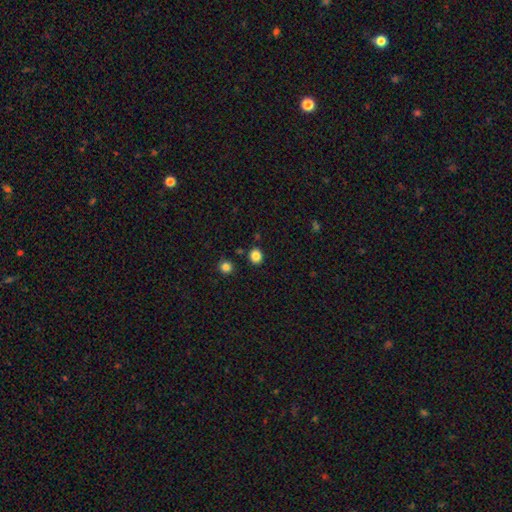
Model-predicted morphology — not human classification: Q: Smooth or featured?
A: smooth (85%); runner-up: star or artifact (11%)
Q: How rounded?
A: round (77%); runner-up: in between (22%)
Q: Merging?
A: none (86%); runner-up: minor disturbance (7%)